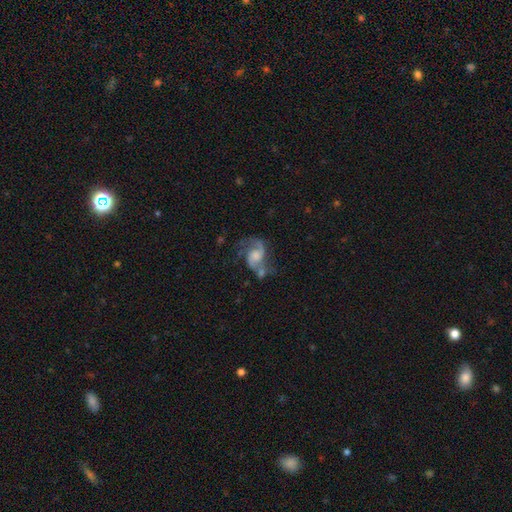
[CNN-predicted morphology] Overall: featured or disk (81%). Edge-on disk: no (98%). Bar: no (61%; weak 34%). Spiral arms: yes (94%). Spiral arm count: 2 (88%). Spiral winding: loose (47%; medium 44%). Bulge size: moderate (41%; small 26%). Merging: none (42%; minor disturbance 20%).